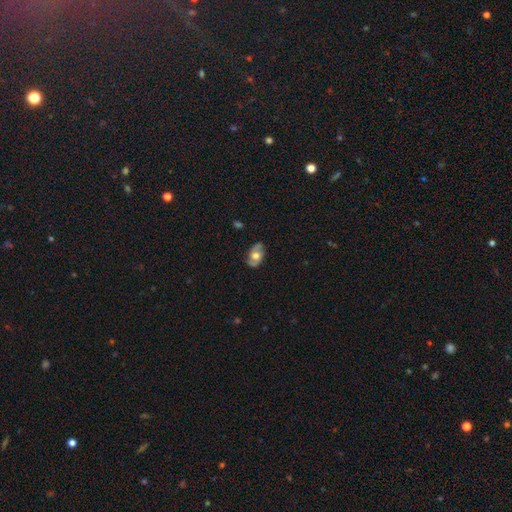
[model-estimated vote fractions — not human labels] A featured or disk galaxy (53%).

Vote fractions:
- Smooth or featured? featured or disk: 53% / smooth: 40% / star or artifact: 7%
- Edge-on disk? no: 92% / yes: 8%
- Merging? none: 79% / minor disturbance: 16% / major disturbance: 4% / merger: 1%